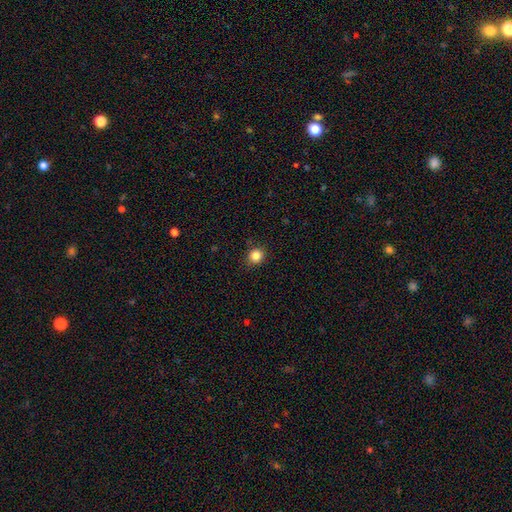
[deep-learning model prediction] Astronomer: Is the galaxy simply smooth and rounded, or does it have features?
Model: smooth — 84%.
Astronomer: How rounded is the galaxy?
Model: round — 86%.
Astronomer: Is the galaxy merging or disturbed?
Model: none — 89%.